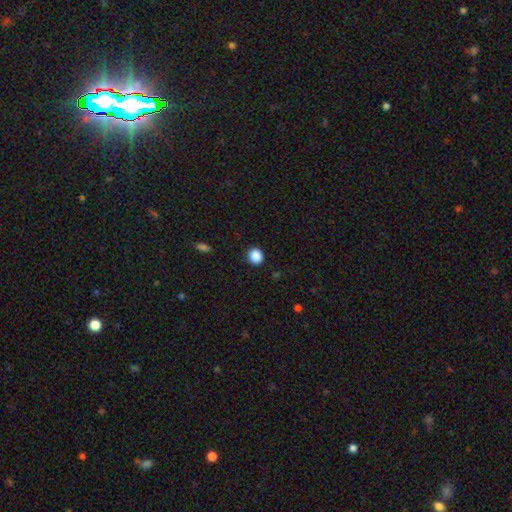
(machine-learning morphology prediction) smooth 88%, star or artifact 9%, featured or disk 3%. Down the decision tree: how rounded — round (83%); merging — none (89%).